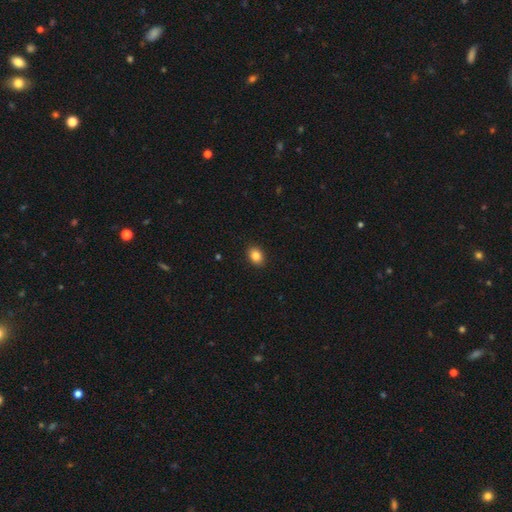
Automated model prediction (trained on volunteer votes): A smooth galaxy with no disk features (86%) that is in between round and cigar-shaped (61%).

Vote fractions:
- Smooth or featured? smooth: 86% / star or artifact: 9% / featured or disk: 5%
- How rounded? in between: 61% / round: 38% / cigar-shaped: 1%
- Merging? none: 91% / minor disturbance: 6% / major disturbance: 2% / merger: 1%